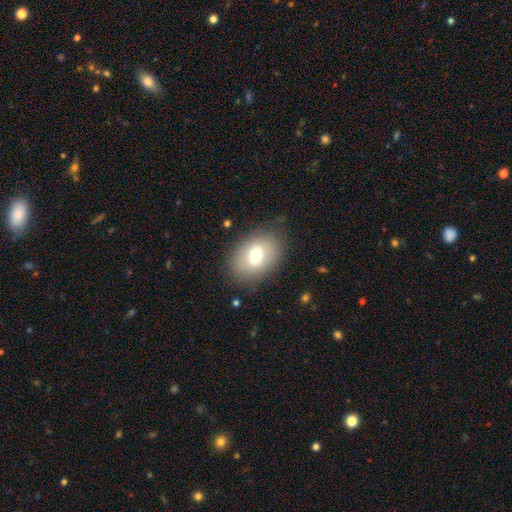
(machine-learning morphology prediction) smooth-or-featured: smooth: 69% | featured or disk: 21% | star or artifact: 9%
  how-rounded: in between: 75% | round: 24% | cigar-shaped: 1%
  merging: none: 77% | minor disturbance: 15% | major disturbance: 6% | merger: 1%